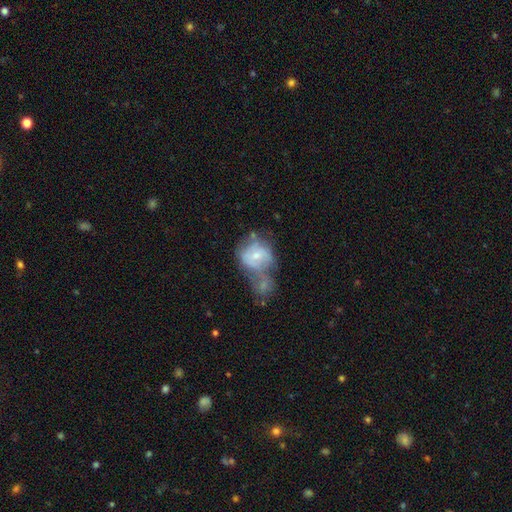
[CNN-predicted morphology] Smooth or featured: featured or disk — 52% (smooth — 38%)
Edge-on disk: no — 97% (yes — 3%)
Bar: no — 67% (weak — 26%)
Spiral arms: yes — 59% (no — 41%)
Bulge size: small — 55% (moderate — 39%)
Merging: merger — 53% (none — 22%)